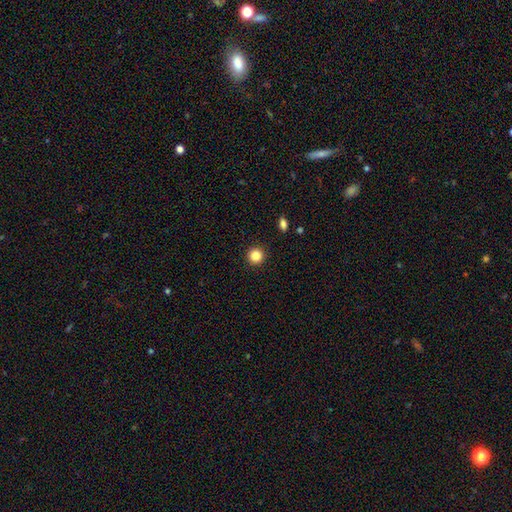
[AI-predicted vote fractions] Morphology: type=smooth (87%); roundness=round (95%); merging=none (92%).